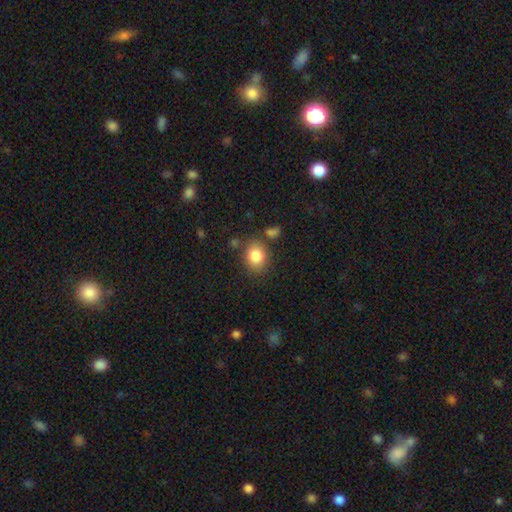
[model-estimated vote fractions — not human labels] A smooth galaxy with no disk features (84%) that is round (57%).

Vote fractions:
- Smooth or featured? smooth: 84% / star or artifact: 9% / featured or disk: 7%
- How rounded? round: 57% / in between: 42% / cigar-shaped: 1%
- Merging? none: 76% / minor disturbance: 13% / merger: 7% / major disturbance: 4%